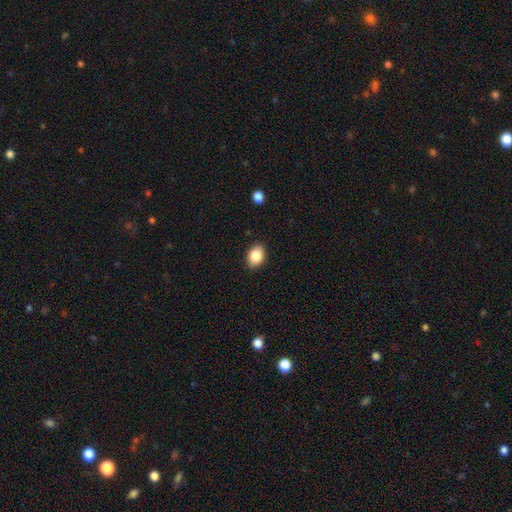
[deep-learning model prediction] Smooth or featured? smooth (86%)
How rounded? in between (79%)
Merging? none (86%)